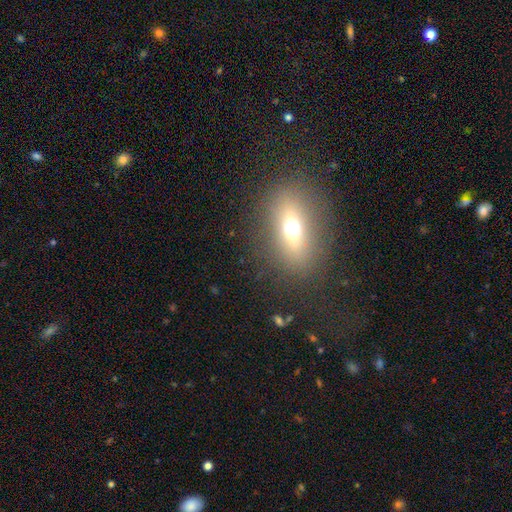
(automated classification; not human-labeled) Q: Smooth or featured?
A: smooth (55%); runner-up: featured or disk (30%)
Q: How rounded?
A: in between (68%); runner-up: round (16%)
Q: Merging?
A: none (80%); runner-up: minor disturbance (11%)